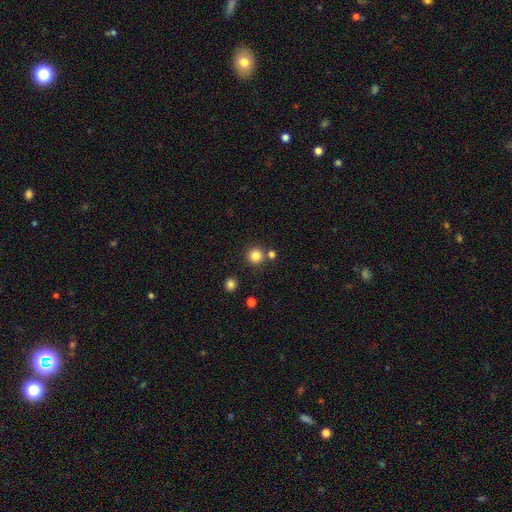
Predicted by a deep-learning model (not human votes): Smooth or featured: smooth — 83% (star or artifact — 12%)
How rounded: round — 94% (in between — 5%)
Merging: none — 80% (merger — 11%)